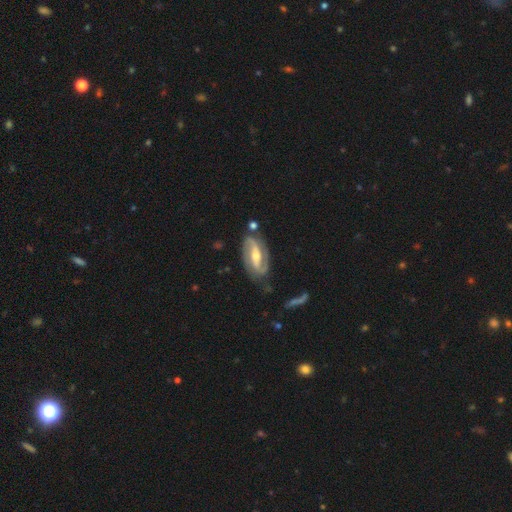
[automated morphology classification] smooth_or_featured: featured or disk (p=0.87) [alt: smooth p=0.08]
disk_edge_on: no (p=0.94) [alt: yes p=0.06]
bar: strong (p=0.53) [alt: weak p=0.29]
has_spiral_arms: yes (p=0.95) [alt: no p=0.05]
spiral_winding: medium (p=0.46) [alt: tight p=0.30]
spiral_arm_count: 2 (p=0.91) [alt: can't tell p=0.04]
bulge_size: moderate (p=0.63) [alt: small p=0.32]
merging: none (p=0.78) [alt: minor disturbance p=0.14]